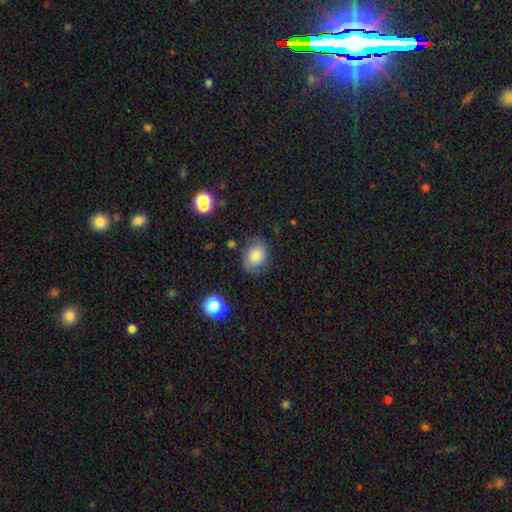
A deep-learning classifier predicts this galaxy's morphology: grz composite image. It shows a smooth galaxy with no disk features (75%) that is in between round and cigar-shaped (60%). Merging: none (71%).